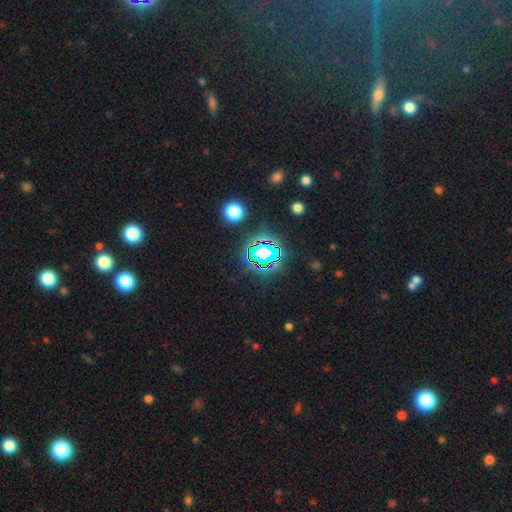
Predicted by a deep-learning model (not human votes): A star or artifact, not a galaxy (73%).